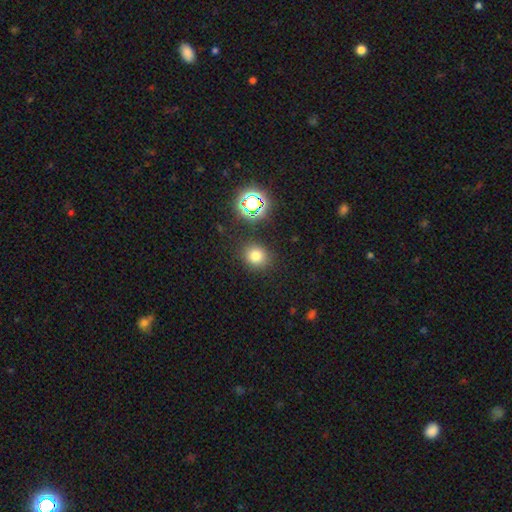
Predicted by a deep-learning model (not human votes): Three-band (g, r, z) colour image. It shows a smooth galaxy with no disk features (74%) that is round (82%). Merging: none (86%).